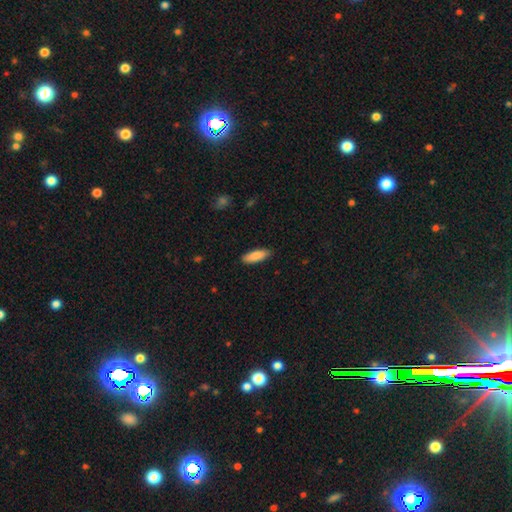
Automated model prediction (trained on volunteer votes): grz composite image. It shows a smooth galaxy with no disk features (87%) that is in between round and cigar-shaped (56%). Merging: none (89%).